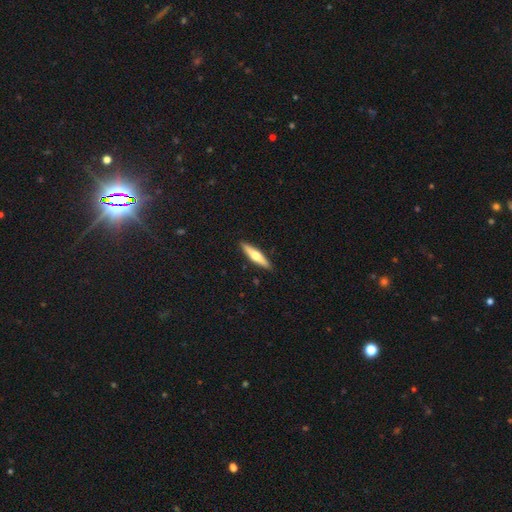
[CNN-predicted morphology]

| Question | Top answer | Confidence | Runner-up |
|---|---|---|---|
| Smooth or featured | featured or disk | 53% | smooth (42%) |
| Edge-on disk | yes | 95% | no (5%) |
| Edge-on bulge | rounded | 92% | none (4%) |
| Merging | none | 91% | minor disturbance (7%) |